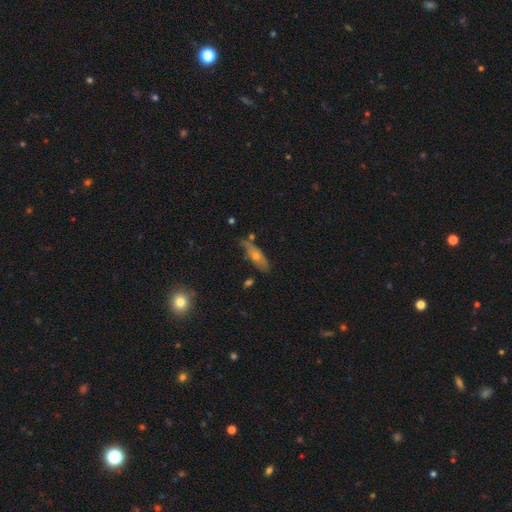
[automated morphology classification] Smooth or featured?
  - smooth: 48% *
  - featured or disk: 43%
  - star or artifact: 9%
Merging?
  - none: 62% *
  - minor disturbance: 25%
  - major disturbance: 7%
  - merger: 6%